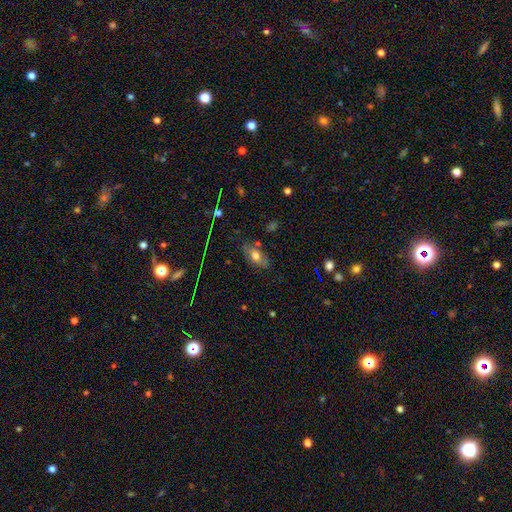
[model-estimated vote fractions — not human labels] Smooth or featured: smooth — 64% (featured or disk — 26%)
How rounded: in between — 87% (cigar-shaped — 7%)
Merging: none — 74% (minor disturbance — 17%)